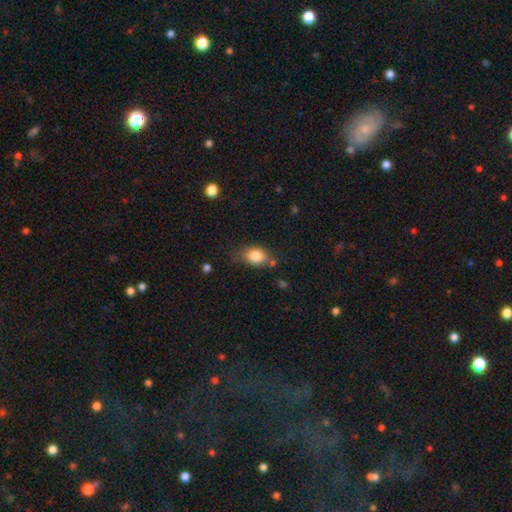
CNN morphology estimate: This appears to be a smooth galaxy with no disk features (83%) that is in between round and cigar-shaped (72%). Merging: none (60%).